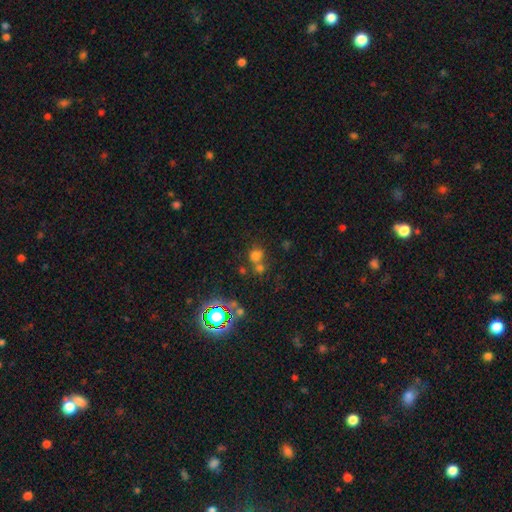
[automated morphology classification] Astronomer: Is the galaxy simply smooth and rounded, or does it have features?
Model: smooth — 63%.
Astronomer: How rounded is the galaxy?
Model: round — 82%.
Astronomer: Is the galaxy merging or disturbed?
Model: none — 50% (runner-up: merger, 36%).